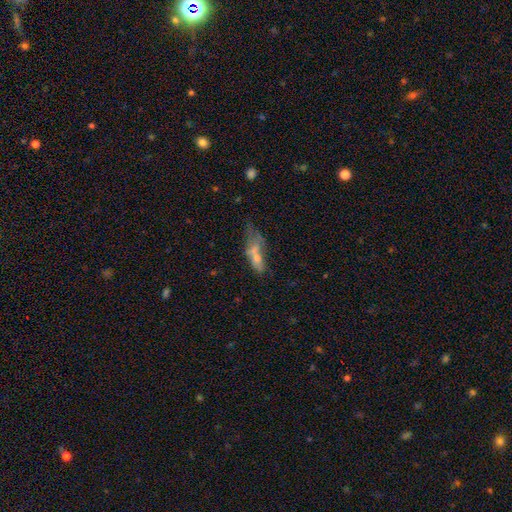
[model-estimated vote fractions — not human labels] Smooth or featured? Predicted: smooth (p=0.56). How rounded? Predicted: in between (p=0.67). Merging? Predicted: major disturbance (p=0.33).